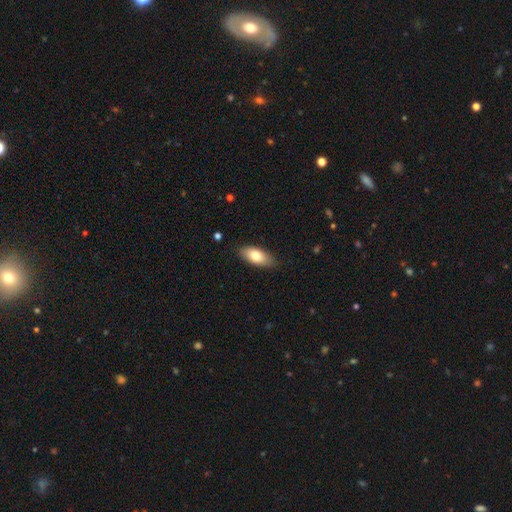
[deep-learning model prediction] Smooth or featured? smooth (77%)
How rounded? in between (86%)
Merging? none (84%)